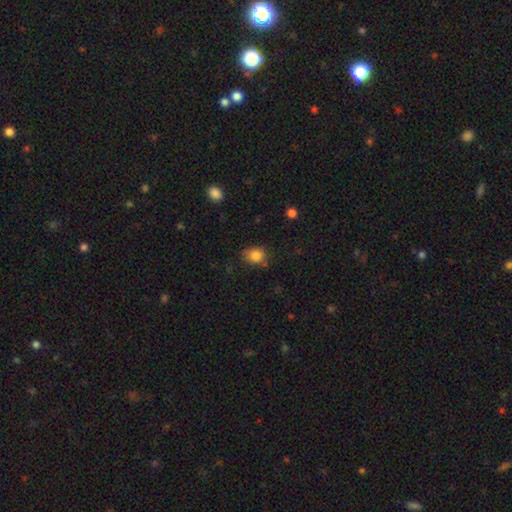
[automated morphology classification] Q: Smooth or featured?
A: smooth (83%); runner-up: star or artifact (10%)
Q: How rounded?
A: round (64%); runner-up: in between (35%)
Q: Merging?
A: none (69%); runner-up: minor disturbance (22%)